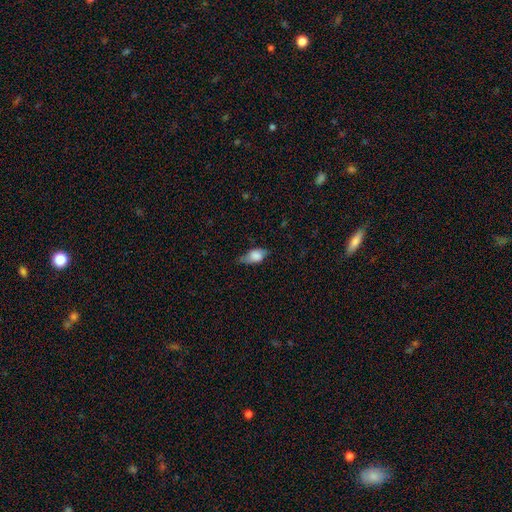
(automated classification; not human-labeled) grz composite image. It shows a smooth galaxy with no disk features (78%) that is in between round and cigar-shaped (86%). Merging: none (48%).